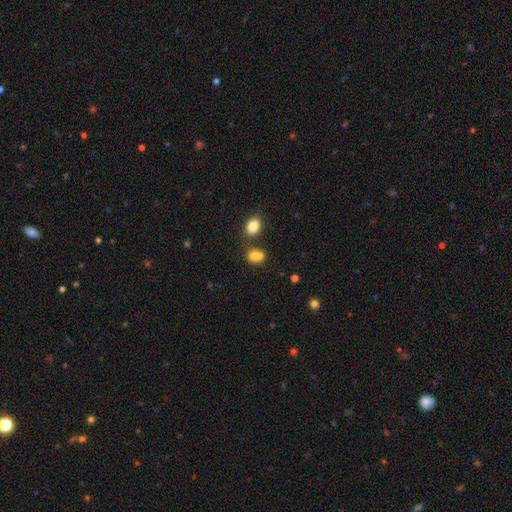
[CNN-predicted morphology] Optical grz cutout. It shows a smooth galaxy with no disk features (77%) that is round (59%). Merging: merger (48%).